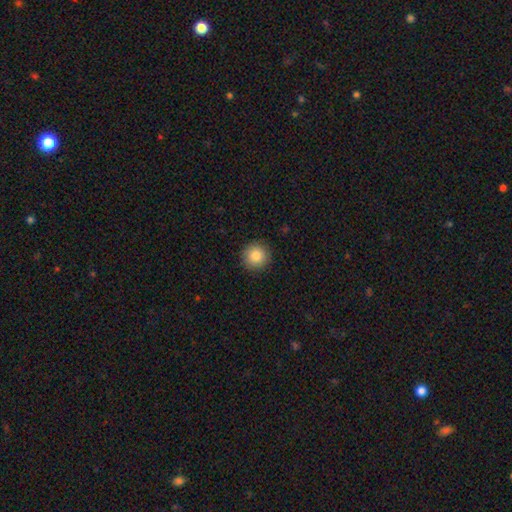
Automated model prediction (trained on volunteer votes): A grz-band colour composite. It shows a smooth galaxy with no disk features (85%) that is round (95%). Merging: none (92%).